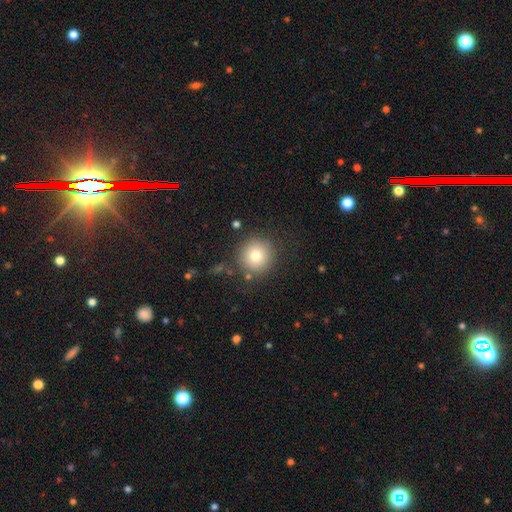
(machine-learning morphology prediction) Smooth or featured? Predicted: smooth (p=0.78). How rounded? Predicted: round (p=0.94). Merging? Predicted: none (p=0.85).